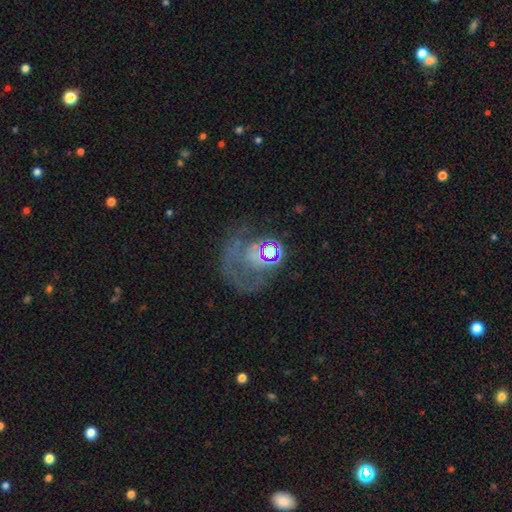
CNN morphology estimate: Smooth or featured? Predicted: featured or disk (p=0.39). Merging? Predicted: none (p=0.43).